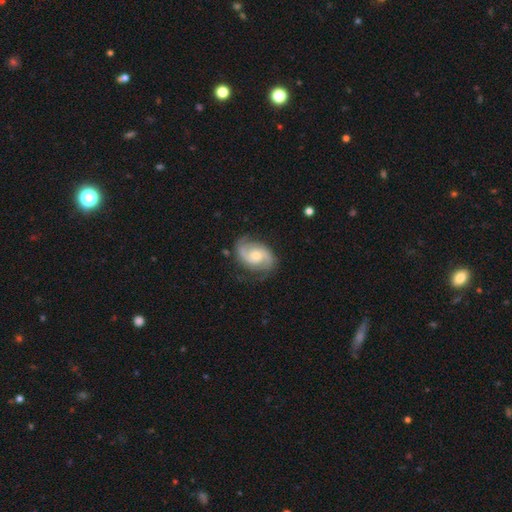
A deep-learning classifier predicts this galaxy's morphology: A featured or disk galaxy (87%) with no bar (64%), 2 (86%) medium (45%) spiral arms (97%) and a moderate central bulge (54%). Merging: none (76%).